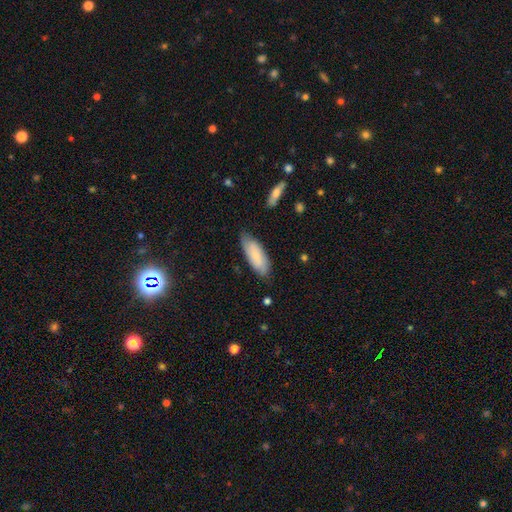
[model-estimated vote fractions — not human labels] Smooth or featured: smooth — 70% (featured or disk — 24%)
How rounded: in between — 71% (cigar-shaped — 27%)
Merging: none — 75% (minor disturbance — 20%)